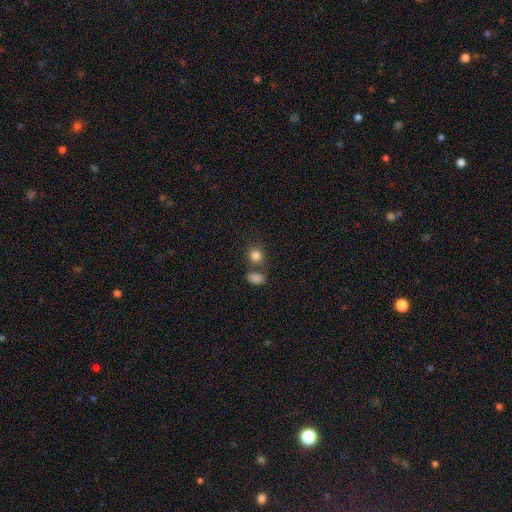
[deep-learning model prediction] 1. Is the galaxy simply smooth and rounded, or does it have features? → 83% smooth, 11% star or artifact, 6% featured or disk.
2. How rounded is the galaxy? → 75% round, 24% in between, 1% cigar-shaped.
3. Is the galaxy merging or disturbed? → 62% none, 24% merger, 11% minor disturbance, 4% major disturbance.